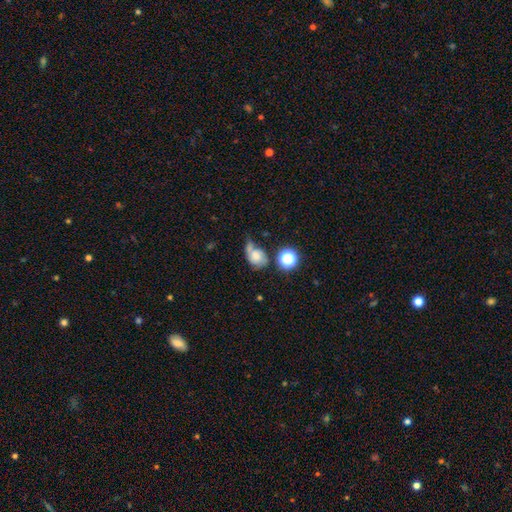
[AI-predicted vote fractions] This appears to be a smooth galaxy with no disk features (53%) that is in between round and cigar-shaped (51%). Merging: none (29%, tied with minor disturbance).